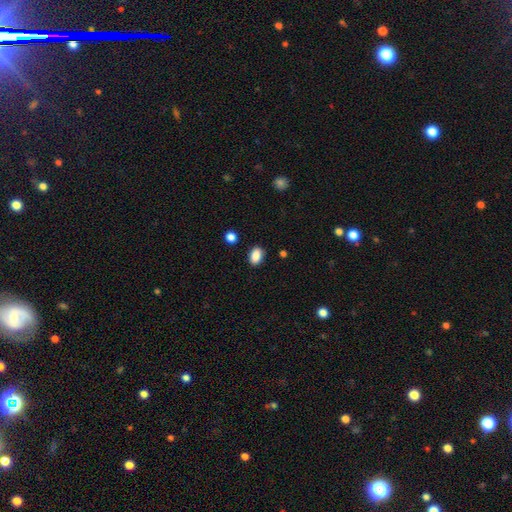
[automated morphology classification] smooth_or_featured: smooth (p=0.88) [alt: star or artifact p=0.08]
how_rounded: in between (p=0.83) [alt: round p=0.15]
merging: none (p=0.87) [alt: minor disturbance p=0.09]